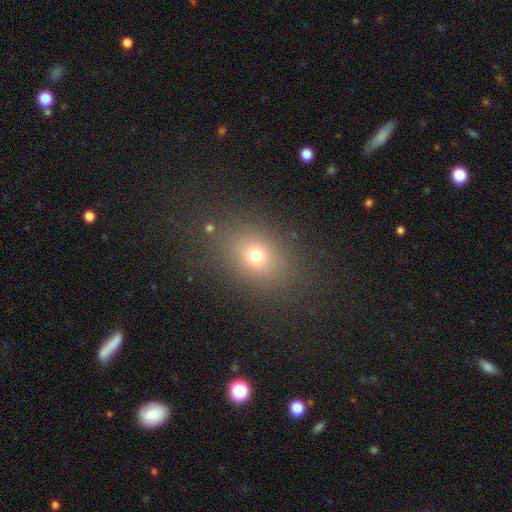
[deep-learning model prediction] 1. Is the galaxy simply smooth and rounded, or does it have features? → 70% smooth, 19% star or artifact, 12% featured or disk.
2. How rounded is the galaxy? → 59% in between, 39% round, 2% cigar-shaped.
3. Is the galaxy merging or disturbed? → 81% none, 10% minor disturbance, 6% major disturbance, 3% merger.